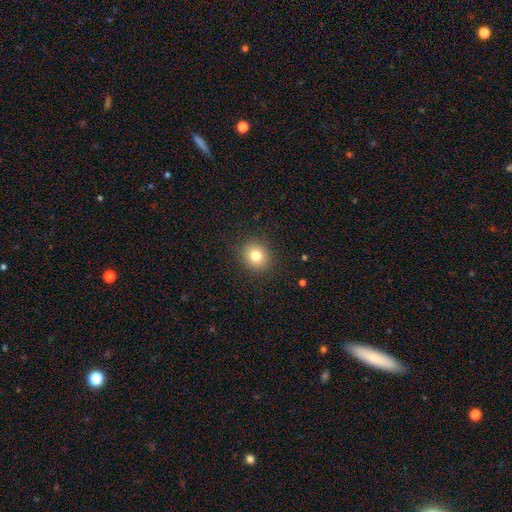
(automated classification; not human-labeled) This is clearly a smooth galaxy (80%). How rounded: likely round (80%). Merging: clearly none (89%).